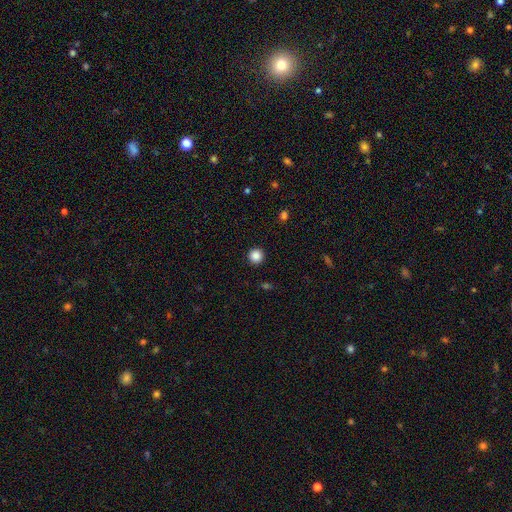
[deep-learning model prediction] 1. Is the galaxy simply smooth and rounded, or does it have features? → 87% smooth, 10% star or artifact, 3% featured or disk.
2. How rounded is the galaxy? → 95% round, 4% in between, 1% cigar-shaped.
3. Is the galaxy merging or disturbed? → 93% none, 4% minor disturbance, 2% major disturbance, 1% merger.